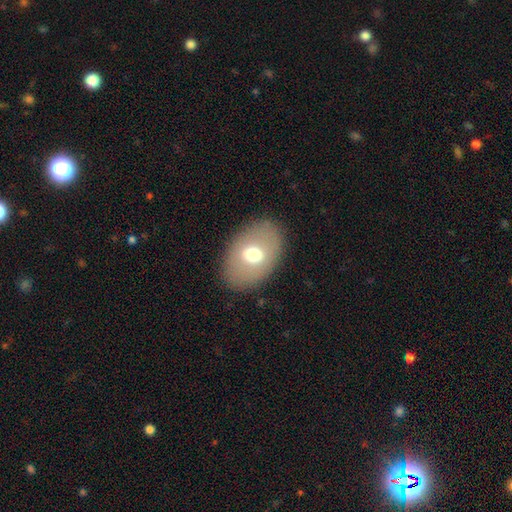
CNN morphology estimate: smooth 64%, featured or disk 27%, star or artifact 9%. Down the decision tree: how rounded — in between (82%); merging — none (87%).